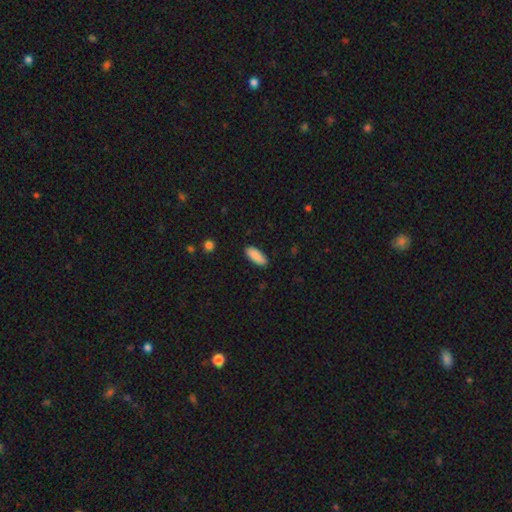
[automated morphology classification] A smooth galaxy with no disk features (90%) that is in between round and cigar-shaped (78%).

Vote fractions:
- Smooth or featured? smooth: 90% / star or artifact: 6% / featured or disk: 4%
- How rounded? in between: 78% / cigar-shaped: 21% / round: 2%
- Merging? none: 89% / minor disturbance: 9% / major disturbance: 2% / merger: 1%